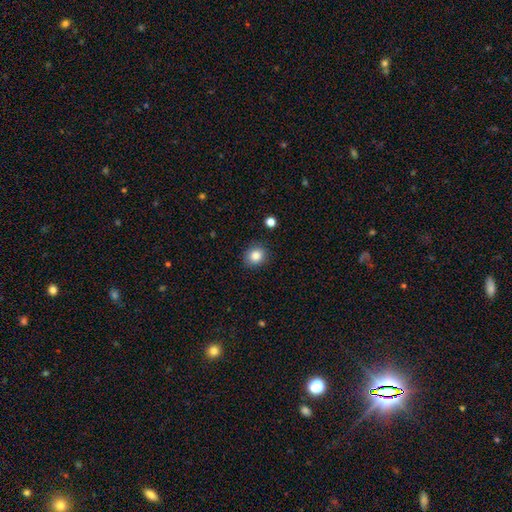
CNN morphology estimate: smooth_or_featured: smooth (p=0.84) [alt: star or artifact p=0.10]
how_rounded: round (p=0.75) [alt: in between p=0.24]
merging: none (p=0.88) [alt: minor disturbance p=0.08]